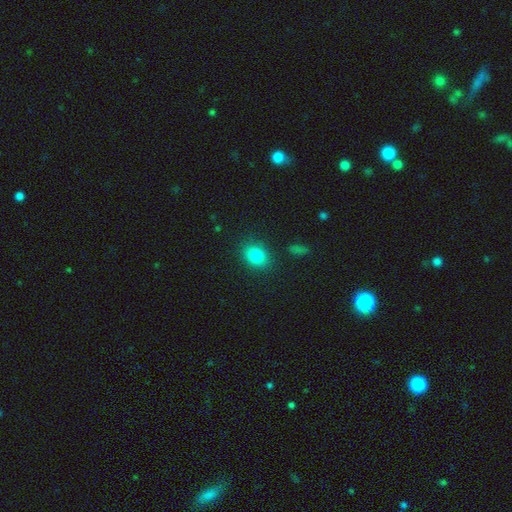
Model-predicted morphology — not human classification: This is clearly a smooth galaxy (83%). How rounded: possibly in between (57%). Merging: clearly none (84%).